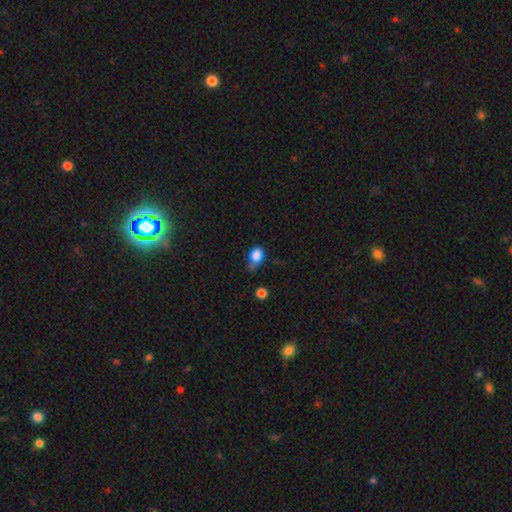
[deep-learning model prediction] A smooth galaxy with no disk features (83%) that is in between round and cigar-shaped (68%). Merging: minor disturbance (40%).